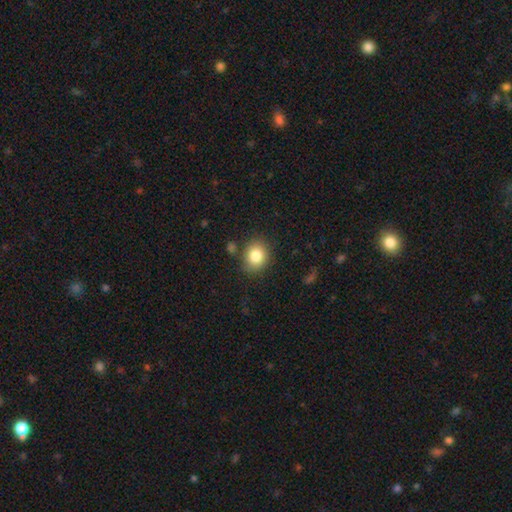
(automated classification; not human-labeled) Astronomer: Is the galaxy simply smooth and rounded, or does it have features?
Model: smooth — 84%.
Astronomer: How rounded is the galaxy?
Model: round — 59% (runner-up: in between, 40%).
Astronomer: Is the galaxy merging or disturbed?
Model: none — 82%.